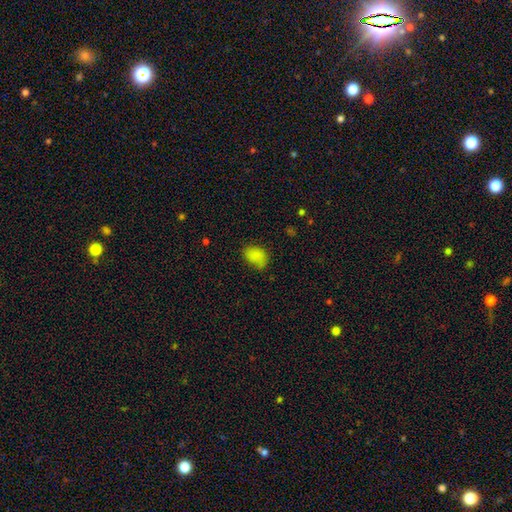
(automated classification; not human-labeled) A smooth galaxy with no disk features (82%) that is in between round and cigar-shaped (77%).

Vote fractions:
- Smooth or featured? smooth: 82% / star or artifact: 11% / featured or disk: 7%
- How rounded? in between: 77% / round: 22% / cigar-shaped: 1%
- Merging? none: 60% / minor disturbance: 28% / major disturbance: 8% / merger: 3%